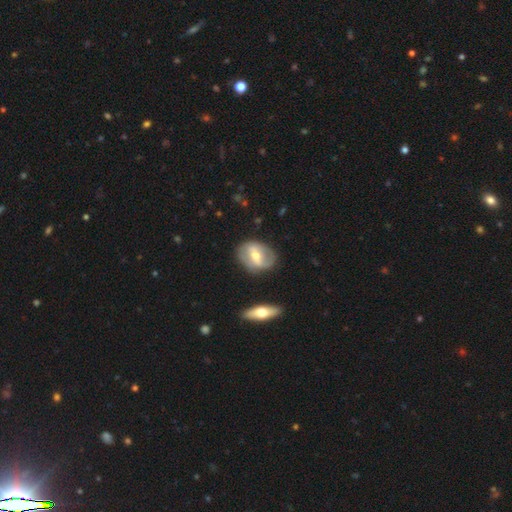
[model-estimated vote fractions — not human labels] Smooth or featured?
  - featured or disk: 63% *
  - smooth: 32%
  - star or artifact: 6%
Edge-on disk?
  - no: 91% *
  - yes: 9%
Bar?
  - strong: 44% *
  - weak: 37%
  - no: 18%
Spiral arms?
  - yes: 58% *
  - no: 42%
Bulge size?
  - moderate: 66% *
  - small: 26%
  - large: 5%
  - none: 1%
  - dominant: 1%
Merging?
  - none: 75% *
  - minor disturbance: 16%
  - major disturbance: 5%
  - merger: 3%